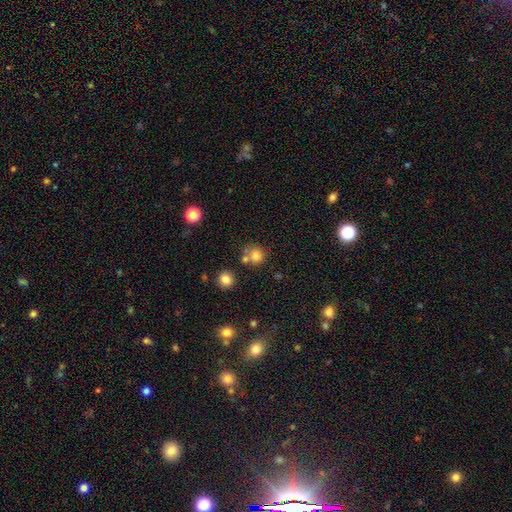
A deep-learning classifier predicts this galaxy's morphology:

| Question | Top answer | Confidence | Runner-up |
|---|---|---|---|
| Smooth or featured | smooth | 78% | star or artifact (14%) |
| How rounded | round | 87% | in between (12%) |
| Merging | none | 62% | merger (23%) |